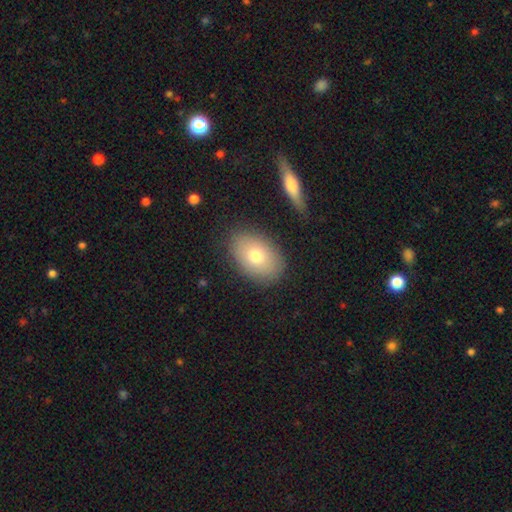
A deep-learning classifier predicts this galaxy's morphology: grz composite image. It shows a smooth galaxy with no disk features (74%) that is in between round and cigar-shaped (86%). Merging: none (83%).